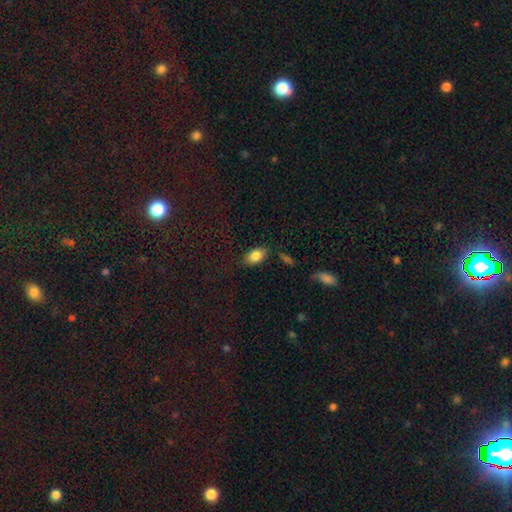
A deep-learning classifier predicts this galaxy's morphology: smooth_or_featured: smooth (p=0.83) [alt: featured or disk p=0.09]
how_rounded: in between (p=0.91) [alt: round p=0.06]
merging: none (p=0.81) [alt: minor disturbance p=0.13]